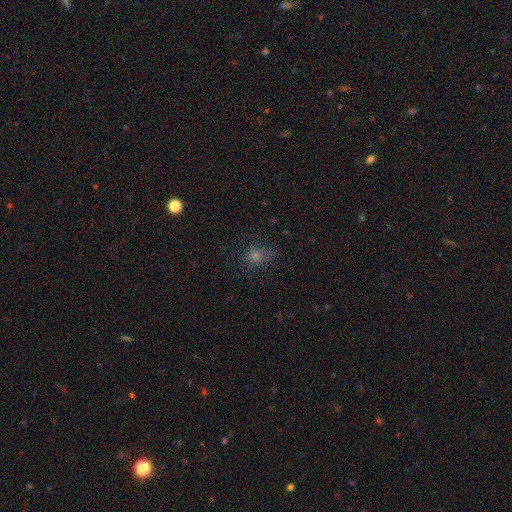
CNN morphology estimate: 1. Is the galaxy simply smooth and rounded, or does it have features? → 61% smooth, 28% star or artifact, 11% featured or disk.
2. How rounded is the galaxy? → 79% round, 19% in between, 1% cigar-shaped.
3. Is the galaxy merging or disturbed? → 65% none, 20% minor disturbance, 12% major disturbance, 3% merger.